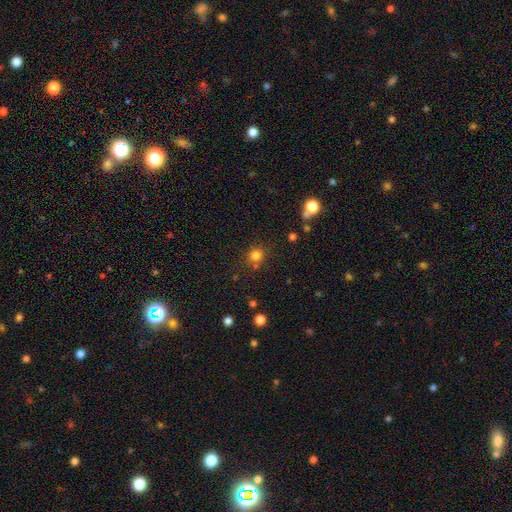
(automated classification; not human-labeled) Smooth or featured? Predicted: smooth (p=0.77). How rounded? Predicted: round (p=0.85). Merging? Predicted: none (p=0.72).